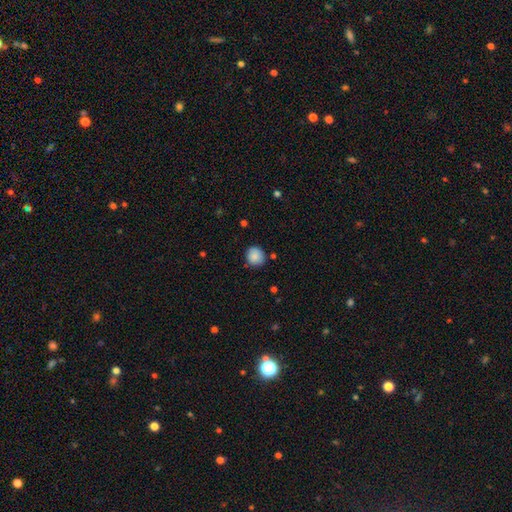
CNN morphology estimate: The model was most divided on "merging": none: 82%, minor disturbance: 13%, major disturbance: 3%, merger: 2%. More confident: how rounded — round (87%); smooth or featured — smooth (87%).